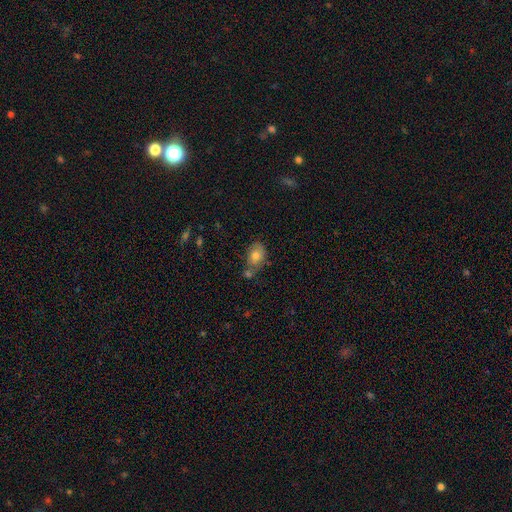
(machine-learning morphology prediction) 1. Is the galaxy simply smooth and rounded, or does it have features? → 75% smooth, 16% featured or disk, 9% star or artifact.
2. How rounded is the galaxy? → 73% in between, 26% round, 1% cigar-shaped.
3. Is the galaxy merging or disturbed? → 48% none, 25% merger, 20% minor disturbance, 7% major disturbance.